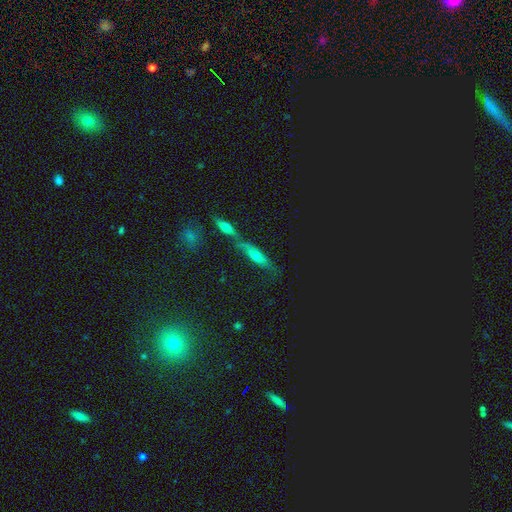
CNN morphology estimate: A smooth galaxy with no disk features (47%). Merging: none (52%).